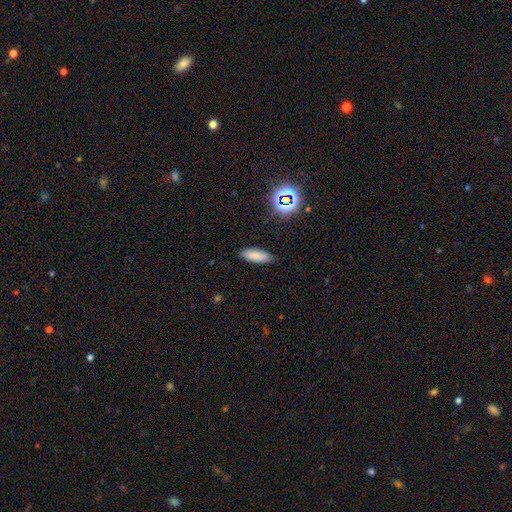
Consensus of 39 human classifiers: This is clearly a smooth galaxy (90%). How rounded: clearly in between (80%). Merging: clearly none (89%).